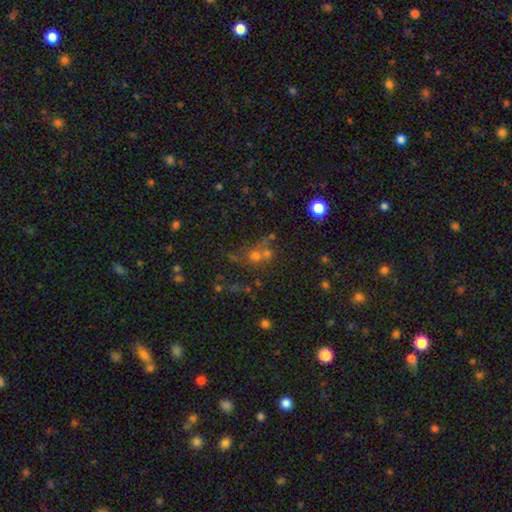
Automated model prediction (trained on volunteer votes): The model was most divided on "merging": none: 46%, merger: 37%, minor disturbance: 10%, major disturbance: 7%. More confident: how rounded — round (81%); smooth or featured — smooth (51%).